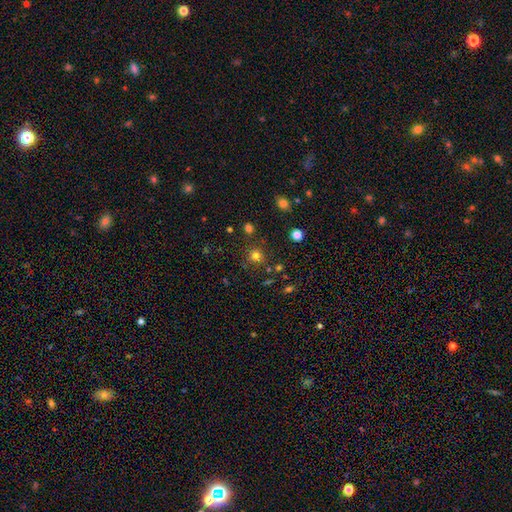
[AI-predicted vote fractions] smooth 76%, star or artifact 18%, featured or disk 6%. Down the decision tree: how rounded — round (90%); merging — none (82%).